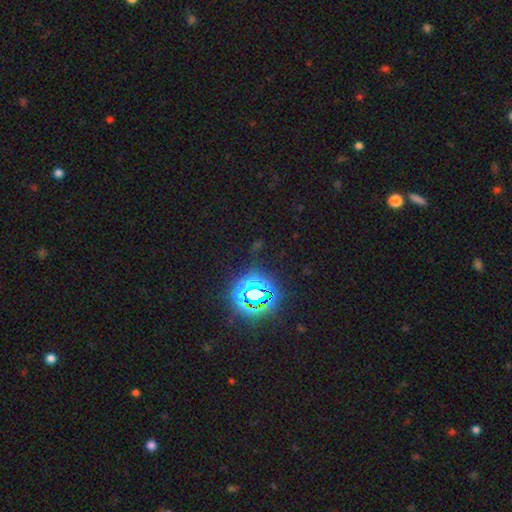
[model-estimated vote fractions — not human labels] This is clearly a star or artifact rather than a galaxy (82%).